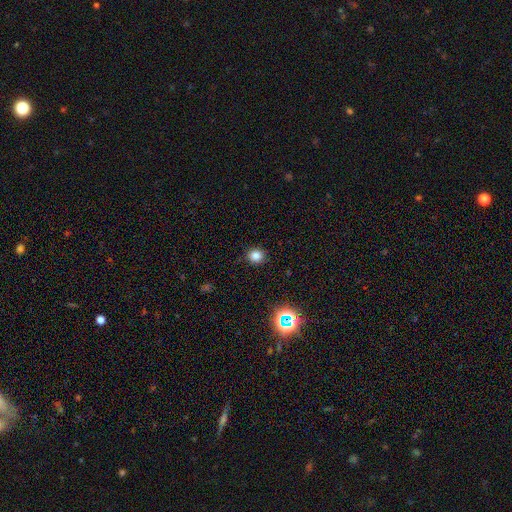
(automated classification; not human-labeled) Overall: smooth (80%). How rounded: round (86%). Merging: none (89%).